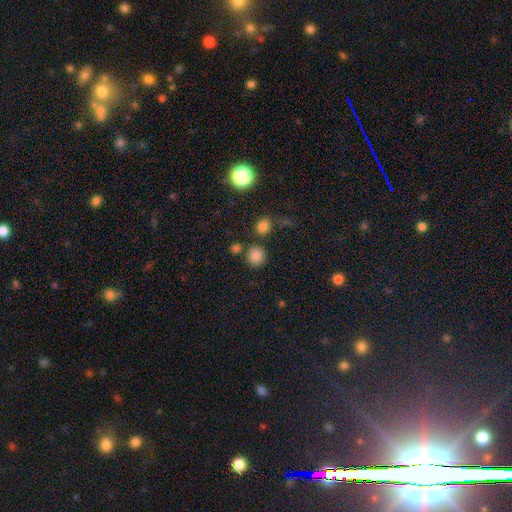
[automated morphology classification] Smooth or featured? Predicted: smooth (p=0.82). How rounded? Predicted: round (p=0.91). Merging? Predicted: none (p=0.78).